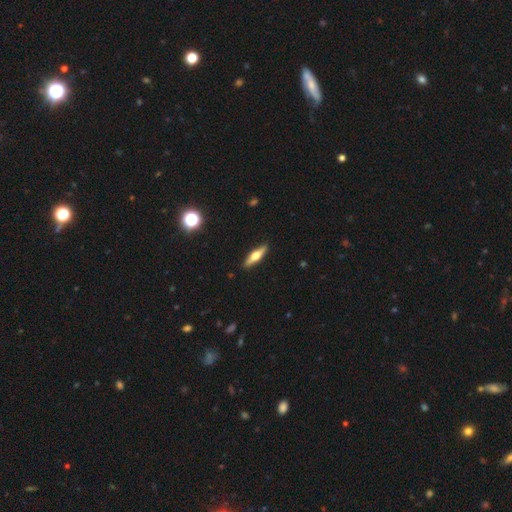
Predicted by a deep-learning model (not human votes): A featured or disk galaxy (55%) viewed edge-on (94%) with a rounded central bulge (94%).

Vote fractions:
- Smooth or featured? featured or disk: 55% / smooth: 39% / star or artifact: 6%
- Edge-on disk? yes: 94% / no: 6%
- Edge-on bulge? rounded: 94% / boxy: 4% / none: 2%
- Merging? none: 90% / minor disturbance: 7% / major disturbance: 2% / merger: 1%